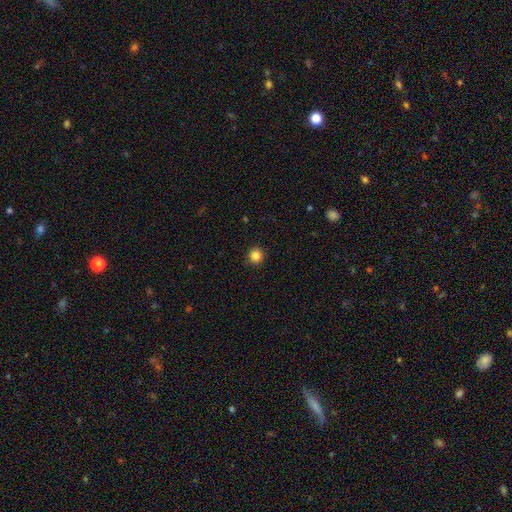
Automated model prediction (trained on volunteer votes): The model was most divided on "smooth or featured": smooth: 85%, star or artifact: 11%, featured or disk: 4%. More confident: how rounded — round (95%); merging — none (91%).